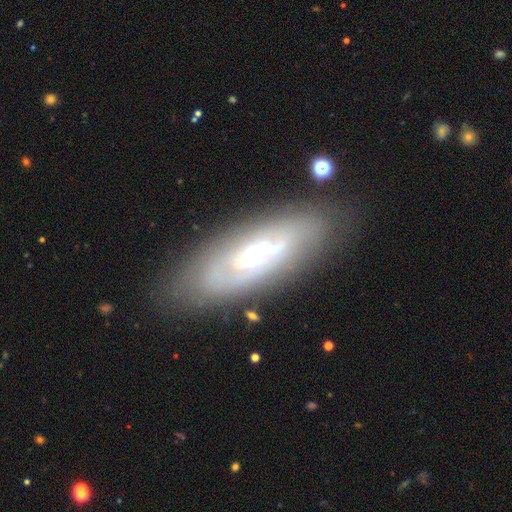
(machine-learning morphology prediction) smooth-or-featured: featured or disk: 65% | smooth: 26% | star or artifact: 8%
  disk-edge-on: no: 74% | yes: 26%
  merging: none: 76% | minor disturbance: 15% | major disturbance: 6% | merger: 3%